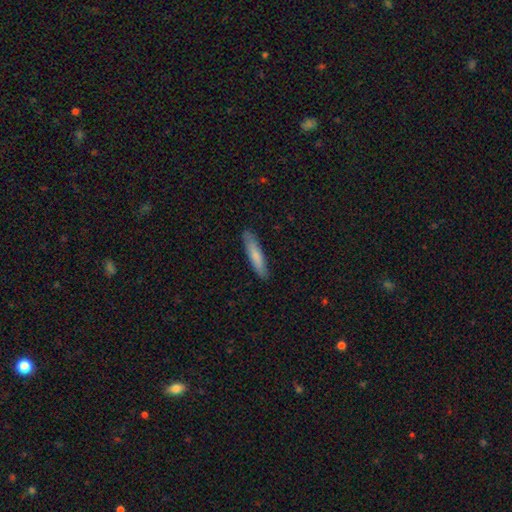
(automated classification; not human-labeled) Smooth or featured?
  - smooth: 76% *
  - featured or disk: 18%
  - star or artifact: 5%
How rounded?
  - cigar-shaped: 86% *
  - in between: 13%
  - round: 1%
Merging?
  - none: 88% *
  - minor disturbance: 10%
  - major disturbance: 2%
  - merger: 1%